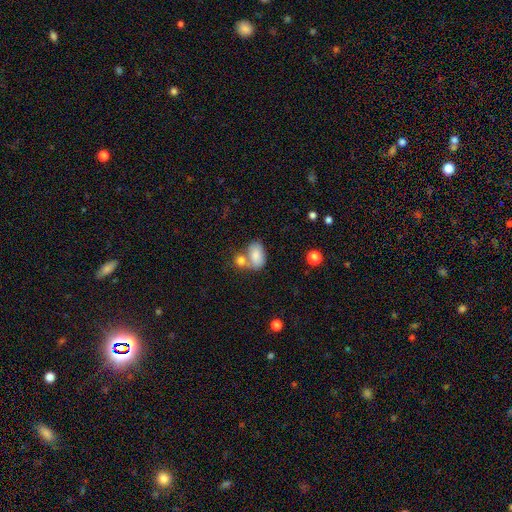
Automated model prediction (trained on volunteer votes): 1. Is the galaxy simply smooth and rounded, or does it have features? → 80% smooth, 12% featured or disk, 8% star or artifact.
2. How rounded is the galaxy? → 87% in between, 12% round, 1% cigar-shaped.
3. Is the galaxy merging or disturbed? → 42% merger, 36% none, 15% minor disturbance, 7% major disturbance.